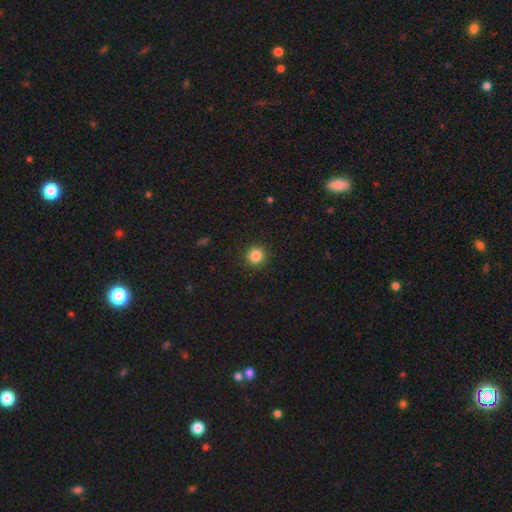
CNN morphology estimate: type=smooth (85%); roundness=round (94%); merging=none (92%).